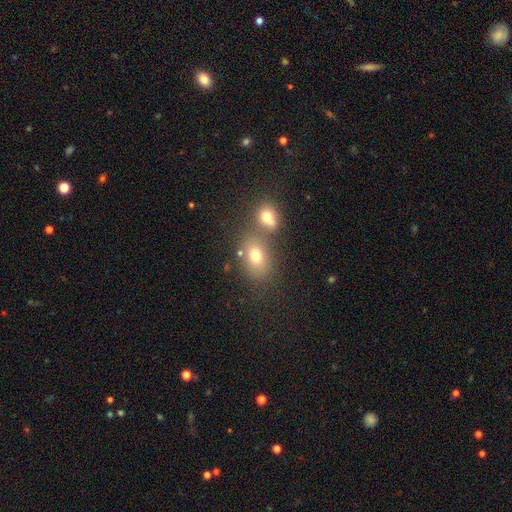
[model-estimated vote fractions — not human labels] A smooth galaxy with no disk features (73%) that is in between round and cigar-shaped (71%).

Vote fractions:
- Smooth or featured? smooth: 73% / featured or disk: 14% / star or artifact: 13%
- How rounded? in between: 71% / round: 27% / cigar-shaped: 2%
- Merging? none: 50% / merger: 34% / minor disturbance: 11% / major disturbance: 5%